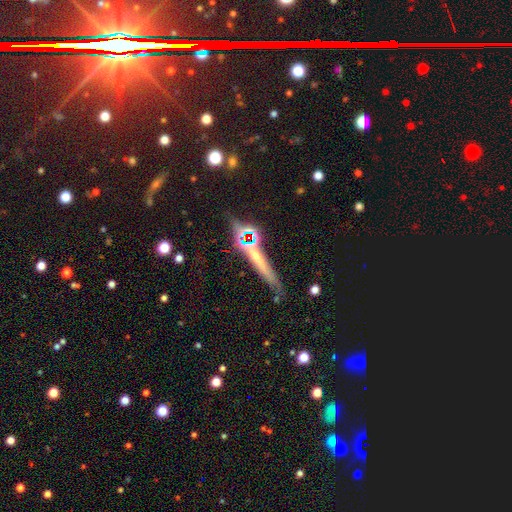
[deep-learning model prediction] Smooth or featured?
  - featured or disk: 50% *
  - smooth: 33%
  - star or artifact: 17%
Merging?
  - none: 69% *
  - minor disturbance: 15%
  - merger: 11%
  - major disturbance: 5%